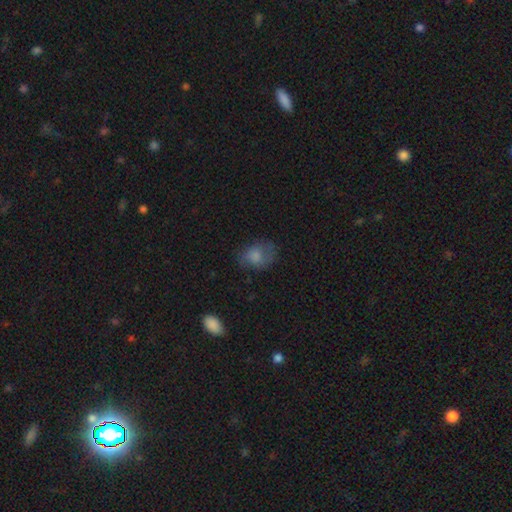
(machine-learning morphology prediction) This appears to be a smooth galaxy with no disk features (69%) that is in between round and cigar-shaped (60%). Merging: none (52%).